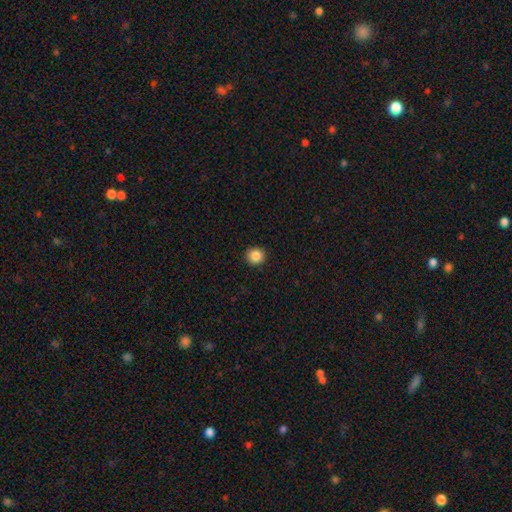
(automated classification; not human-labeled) Overall: smooth (86%). How rounded: round (92%). Merging: none (93%).